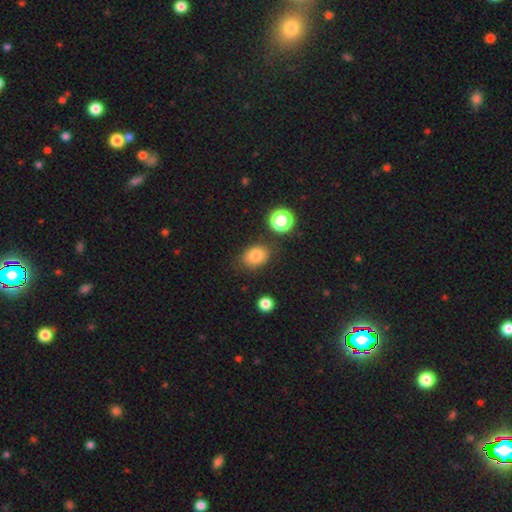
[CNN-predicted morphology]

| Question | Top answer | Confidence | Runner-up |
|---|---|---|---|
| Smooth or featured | smooth | 82% | star or artifact (11%) |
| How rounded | in between | 64% | round (35%) |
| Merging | none | 79% | minor disturbance (13%) |